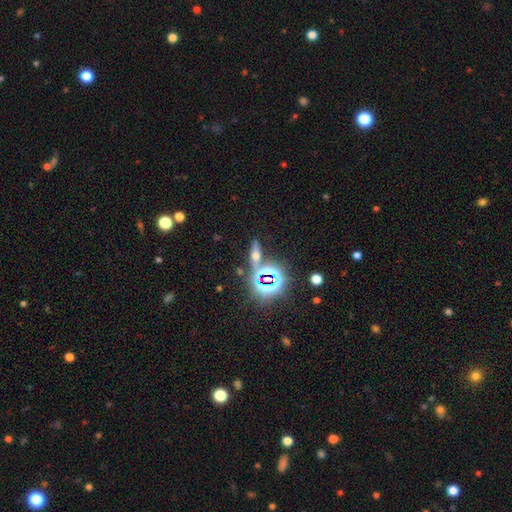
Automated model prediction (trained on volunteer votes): Overall: star or artifact (37%; smooth 34%).